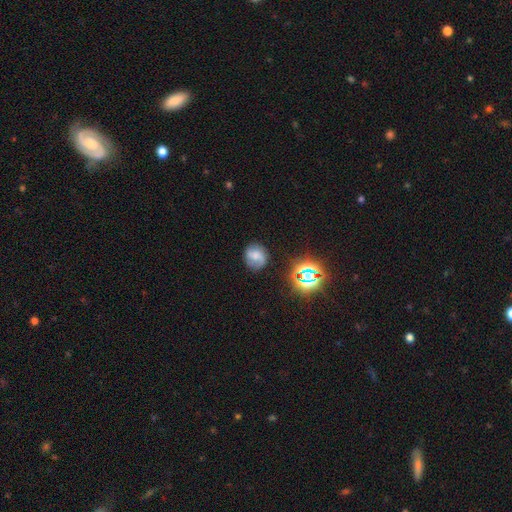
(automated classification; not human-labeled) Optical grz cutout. It shows a featured or disk galaxy (43%). Merging: none (76%).